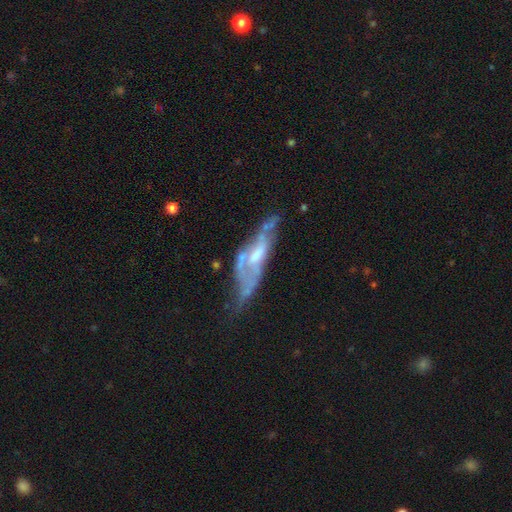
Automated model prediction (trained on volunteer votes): smooth_or_featured: featured or disk (p=0.71) [alt: smooth p=0.21]
disk_edge_on: no (p=0.73) [alt: yes p=0.27]
bar: no (p=0.59) [alt: weak p=0.32]
has_spiral_arms: no (p=0.53) [alt: yes p=0.47]
bulge_size: moderate (p=0.44) [alt: small p=0.31]
merging: none (p=0.33) [alt: major disturbance p=0.30]